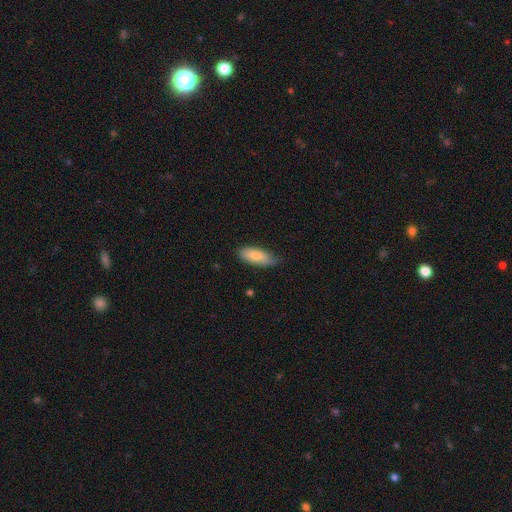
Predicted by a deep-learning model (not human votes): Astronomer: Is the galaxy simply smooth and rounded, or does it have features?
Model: smooth — 82%.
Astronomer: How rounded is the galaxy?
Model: in between — 79%.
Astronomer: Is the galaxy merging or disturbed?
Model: none — 68%.